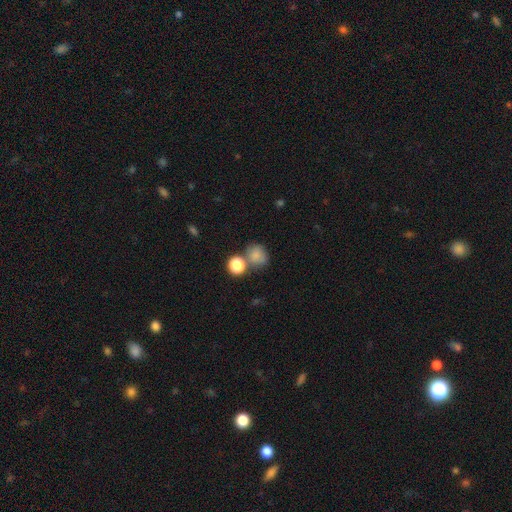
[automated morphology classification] Smooth or featured: smooth — 80% (star or artifact — 12%)
How rounded: round — 72% (in between — 27%)
Merging: none — 53% (merger — 26%)